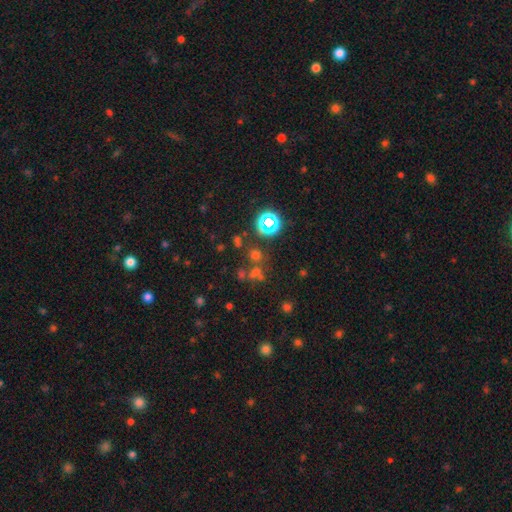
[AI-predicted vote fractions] star or artifact 51%, smooth 37%, featured or disk 12%.